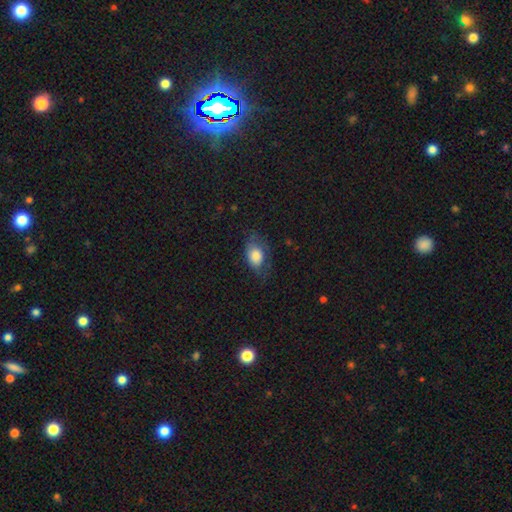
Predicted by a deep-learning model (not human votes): Smooth or featured?
  - smooth: 76% *
  - featured or disk: 16%
  - star or artifact: 8%
How rounded?
  - in between: 82% *
  - round: 17%
  - cigar-shaped: 2%
Merging?
  - none: 55% *
  - minor disturbance: 28%
  - major disturbance: 15%
  - merger: 1%